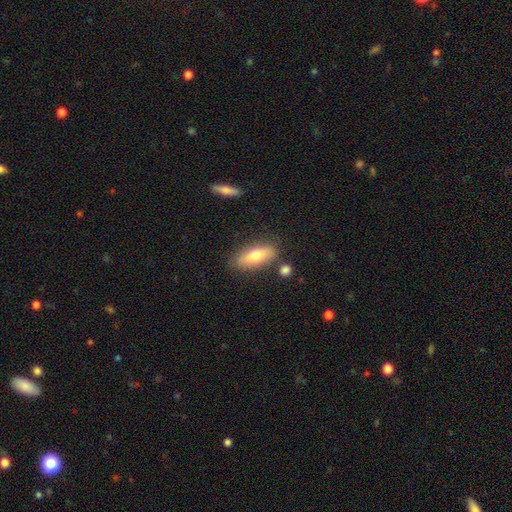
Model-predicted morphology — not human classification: Q: Smooth or featured?
A: smooth (70%); runner-up: featured or disk (23%)
Q: How rounded?
A: in between (69%); runner-up: cigar-shaped (28%)
Q: Merging?
A: none (79%); runner-up: minor disturbance (13%)